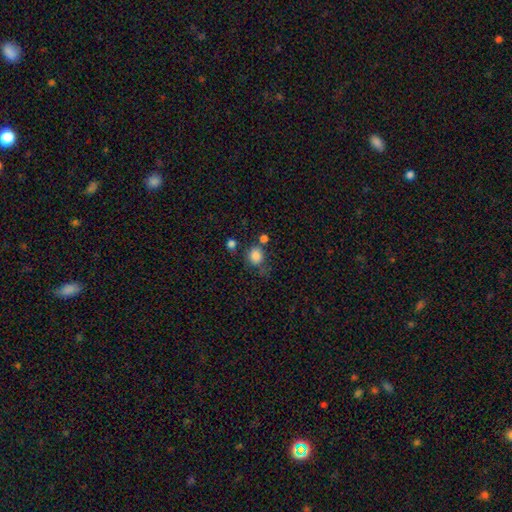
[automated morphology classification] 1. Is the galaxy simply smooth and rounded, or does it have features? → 84% smooth, 11% star or artifact, 5% featured or disk.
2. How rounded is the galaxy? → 79% round, 20% in between, 1% cigar-shaped.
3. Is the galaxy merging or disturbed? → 64% none, 16% minor disturbance, 14% merger, 7% major disturbance.